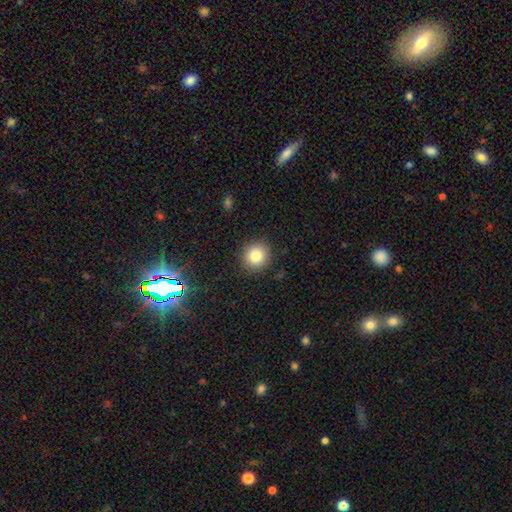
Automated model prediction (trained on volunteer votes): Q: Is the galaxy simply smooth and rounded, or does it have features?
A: smooth — 81%.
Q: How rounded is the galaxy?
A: round — 87%.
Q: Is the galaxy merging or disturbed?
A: none — 89%.